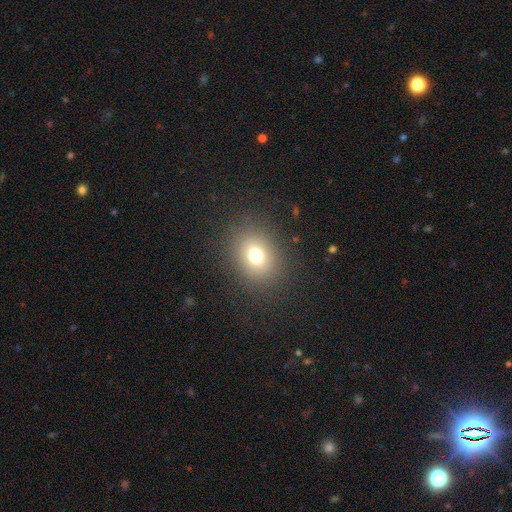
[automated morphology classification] smooth-or-featured: smooth: 73% | star or artifact: 16% | featured or disk: 11%
  how-rounded: round: 56% | in between: 43% | cigar-shaped: 1%
  merging: none: 85% | minor disturbance: 9% | major disturbance: 5% | merger: 1%